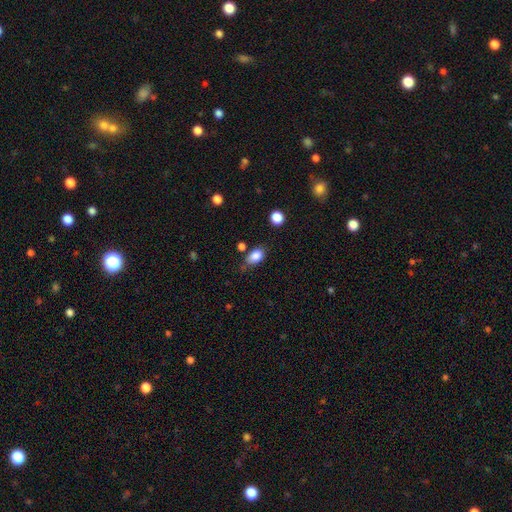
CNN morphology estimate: Overall: smooth (86%). How rounded: in between (85%). Merging: none (64%; minor disturbance 24%).